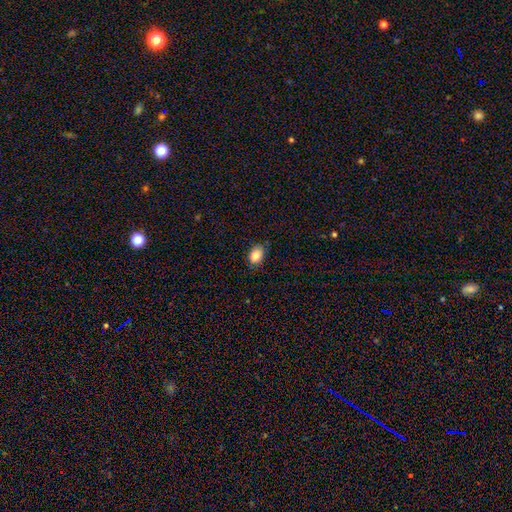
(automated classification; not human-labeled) This appears to be a smooth galaxy with no disk features (86%) that is in between round and cigar-shaped (83%). Merging: none (77%).